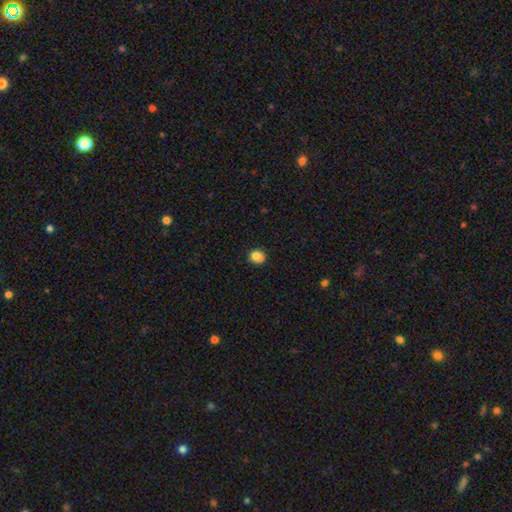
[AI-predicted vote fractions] Smooth or featured? Predicted: smooth (p=0.79). How rounded? Predicted: round (p=0.77). Merging? Predicted: none (p=0.62).